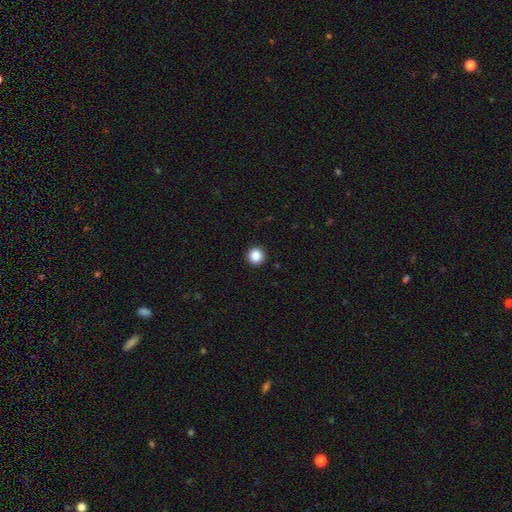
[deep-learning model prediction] Smooth or featured? Predicted: smooth (p=0.88). How rounded? Predicted: round (p=0.95). Merging? Predicted: none (p=0.93).